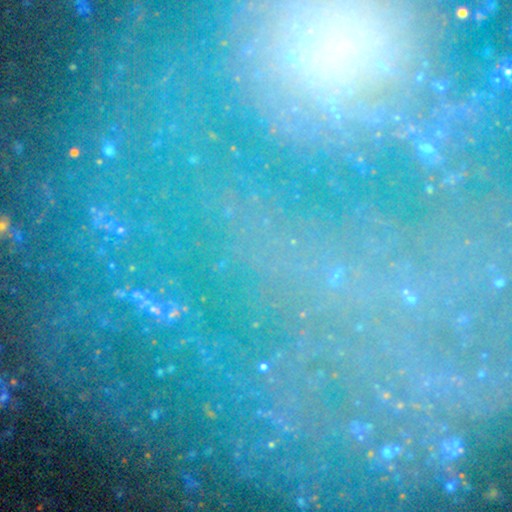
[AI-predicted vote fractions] The model was most divided on "smooth or featured": star or artifact: 58%, featured or disk: 28%, smooth: 14%.